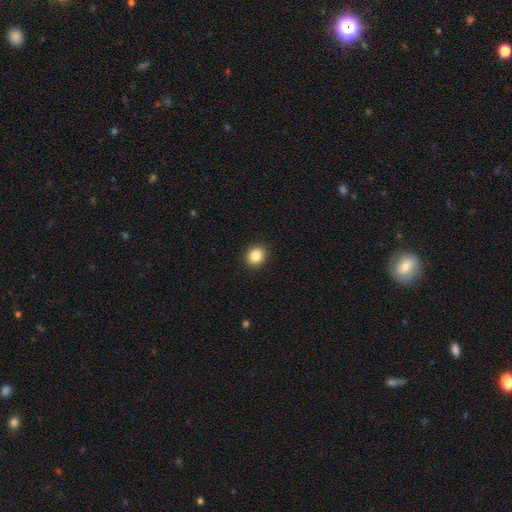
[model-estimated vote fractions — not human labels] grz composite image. It shows a smooth galaxy with no disk features (86%) that is round (79%). Merging: none (92%).